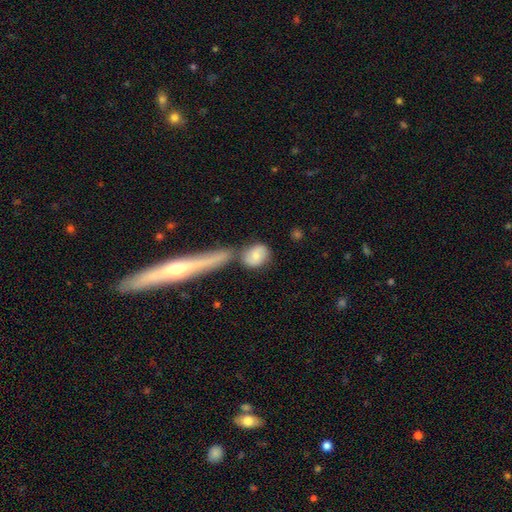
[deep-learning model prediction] Smooth or featured?
  - smooth: 68% *
  - featured or disk: 24%
  - star or artifact: 7%
How rounded?
  - round: 50% *
  - in between: 44%
  - cigar-shaped: 6%
Merging?
  - none: 58% *
  - merger: 24%
  - minor disturbance: 13%
  - major disturbance: 5%